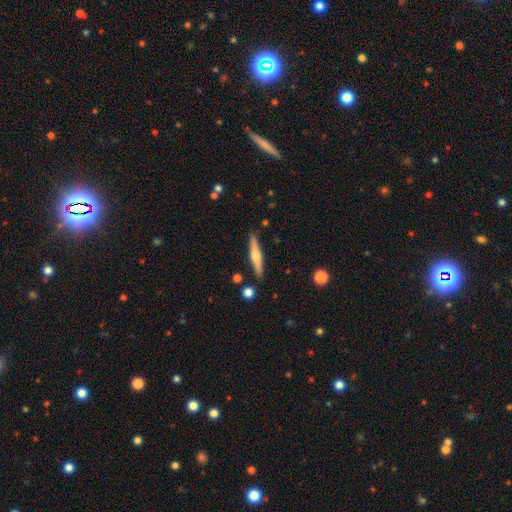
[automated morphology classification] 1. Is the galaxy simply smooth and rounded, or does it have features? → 57% featured or disk, 37% smooth, 6% star or artifact.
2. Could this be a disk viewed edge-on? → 96% yes, 4% no.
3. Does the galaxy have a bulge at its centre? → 87% rounded, 7% none, 6% boxy.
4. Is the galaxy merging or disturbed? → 88% none, 8% minor disturbance, 2% merger, 2% major disturbance.